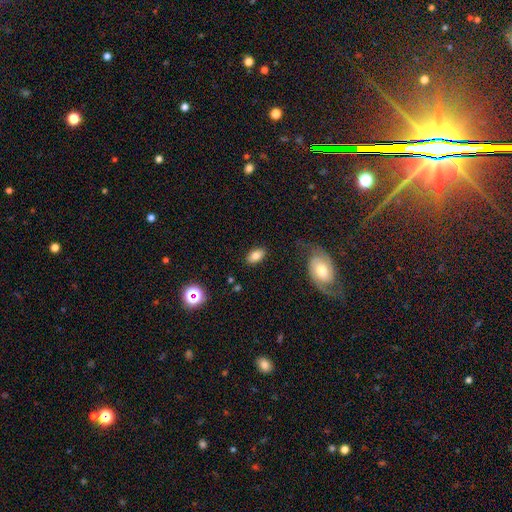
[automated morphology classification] Smooth or featured: smooth — 77% (featured or disk — 15%)
How rounded: in between — 91% (round — 7%)
Merging: none — 83% (minor disturbance — 11%)